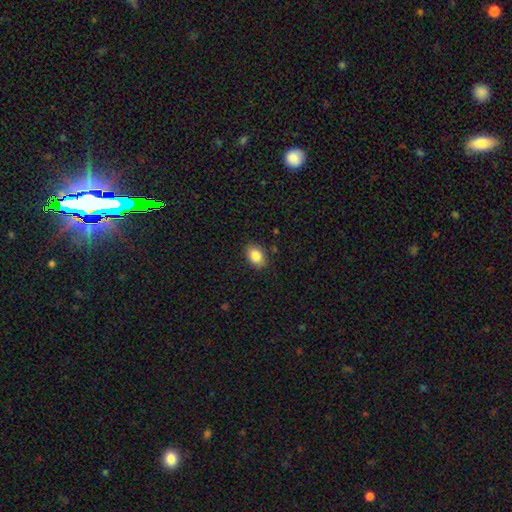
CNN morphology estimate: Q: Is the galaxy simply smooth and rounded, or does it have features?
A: smooth — 85%.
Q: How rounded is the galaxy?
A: in between — 82%.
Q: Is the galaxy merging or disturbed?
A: none — 86%.